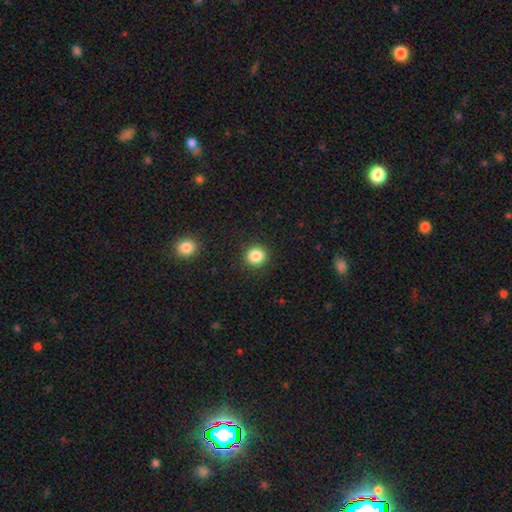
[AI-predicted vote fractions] The model was most divided on "smooth or featured": smooth: 86%, star or artifact: 10%, featured or disk: 4%. More confident: merging — none (91%); how rounded — round (88%).